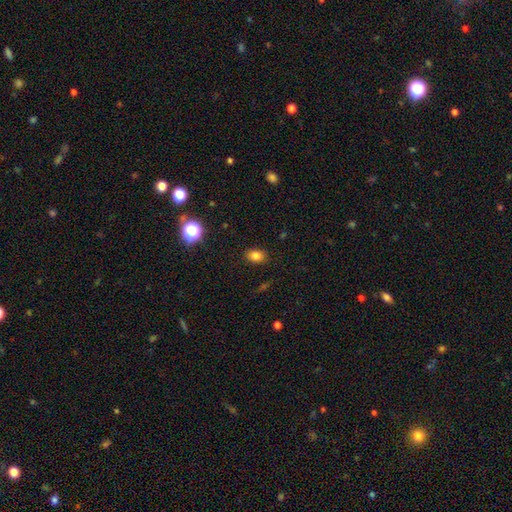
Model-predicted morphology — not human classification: Overall: smooth (81%). How rounded: in between (70%). Merging: none (87%).